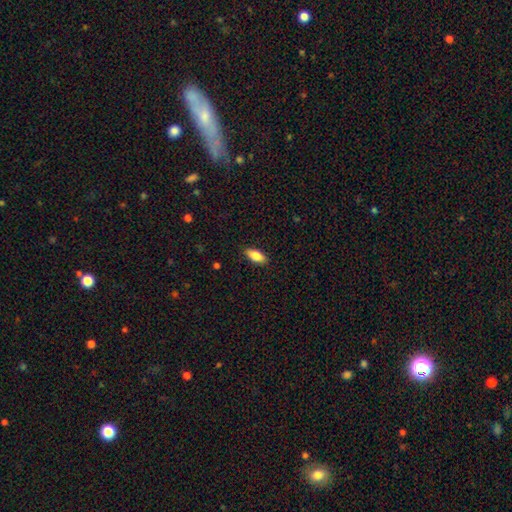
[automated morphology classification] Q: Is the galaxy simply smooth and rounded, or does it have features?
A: smooth — 85%.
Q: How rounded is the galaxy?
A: in between — 86%.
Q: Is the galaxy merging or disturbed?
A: none — 88%.